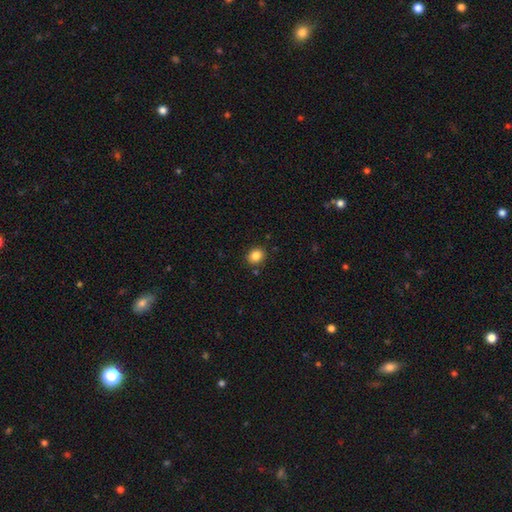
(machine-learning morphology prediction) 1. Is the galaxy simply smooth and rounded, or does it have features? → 85% smooth, 11% star or artifact, 5% featured or disk.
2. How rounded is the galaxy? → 67% round, 32% in between, 1% cigar-shaped.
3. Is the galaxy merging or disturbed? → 87% none, 8% minor disturbance, 3% merger, 2% major disturbance.